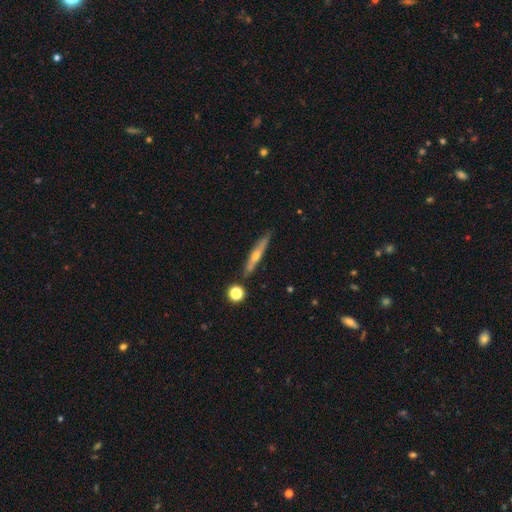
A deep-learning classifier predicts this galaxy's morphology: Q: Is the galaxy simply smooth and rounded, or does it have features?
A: featured or disk — 57%.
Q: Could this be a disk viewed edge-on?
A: yes — 92%.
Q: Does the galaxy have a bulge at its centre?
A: rounded — 78%.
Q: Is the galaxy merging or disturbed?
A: none — 82%.